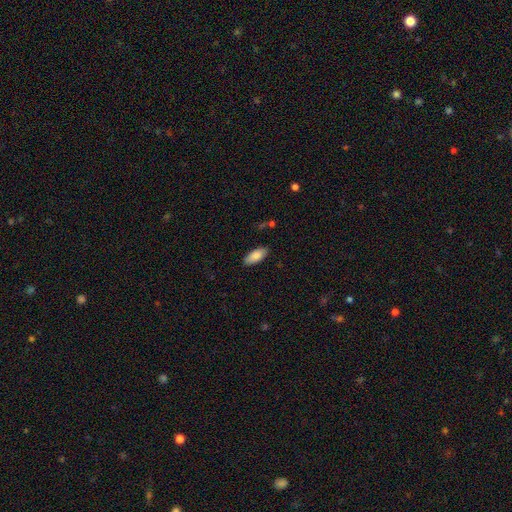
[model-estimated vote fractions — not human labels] Smooth or featured: smooth — 85% (featured or disk — 9%)
How rounded: in between — 87% (cigar-shaped — 11%)
Merging: none — 86% (minor disturbance — 10%)